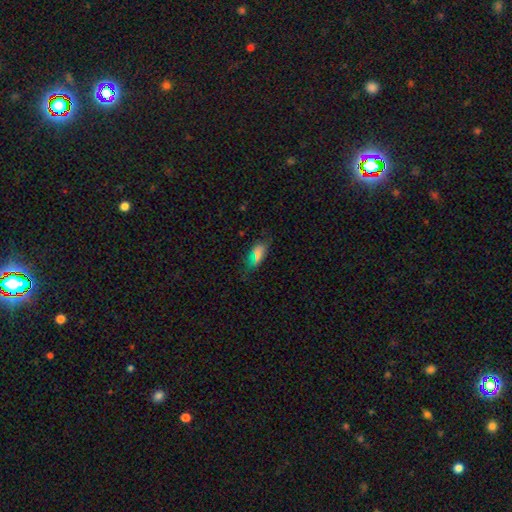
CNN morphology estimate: smooth-or-featured: smooth: 68% | star or artifact: 17% | featured or disk: 15%
  how-rounded: in between: 86% | cigar-shaped: 11% | round: 4%
  merging: none: 68% | minor disturbance: 22% | major disturbance: 7% | merger: 2%